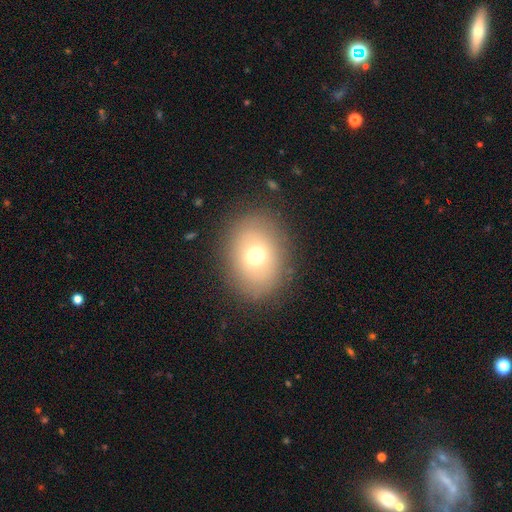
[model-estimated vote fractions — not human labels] This is likely a smooth galaxy (67%). How rounded: possibly in between (55%). Merging: clearly none (84%).